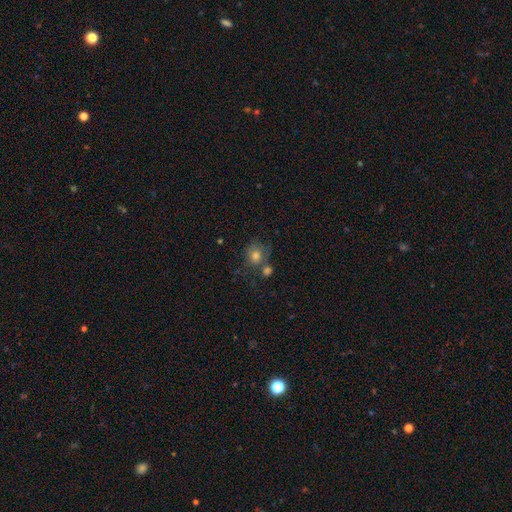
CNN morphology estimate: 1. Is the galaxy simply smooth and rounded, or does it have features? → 65% smooth, 18% featured or disk, 16% star or artifact.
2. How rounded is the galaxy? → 76% round, 23% in between, 1% cigar-shaped.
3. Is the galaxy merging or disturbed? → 51% none, 24% merger, 16% minor disturbance, 9% major disturbance.